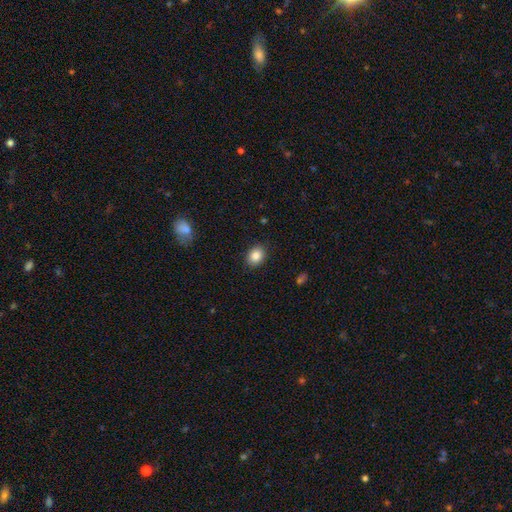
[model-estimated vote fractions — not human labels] This is clearly a smooth galaxy (86%). How rounded: likely in between (62%). Merging: clearly none (87%).